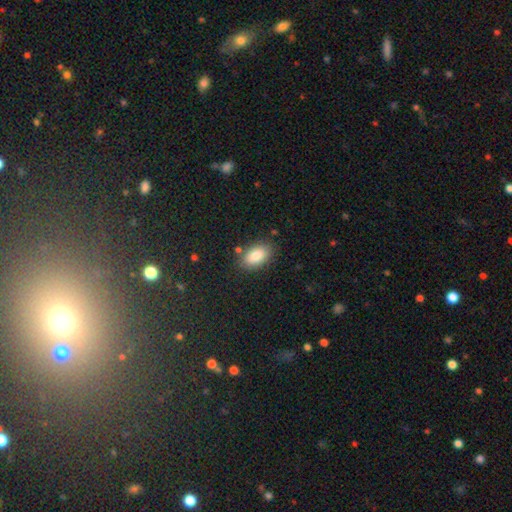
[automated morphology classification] Smooth or featured? smooth (85%)
How rounded? in between (92%)
Merging? none (81%)